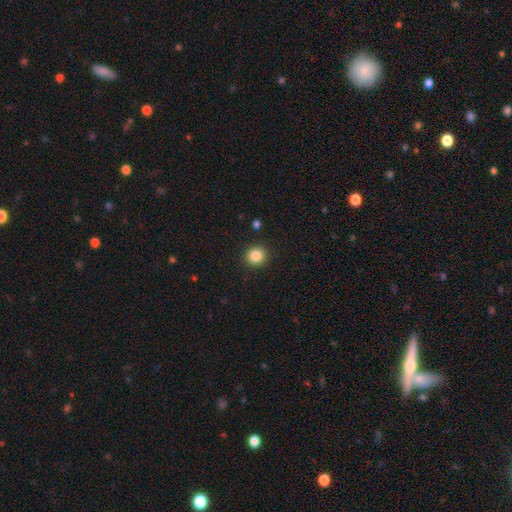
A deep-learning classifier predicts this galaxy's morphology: A smooth galaxy with no disk features (85%) that is round (89%).

Vote fractions:
- Smooth or featured? smooth: 85% / star or artifact: 11% / featured or disk: 4%
- How rounded? round: 89% / in between: 11% / cigar-shaped: 1%
- Merging? none: 91% / minor disturbance: 6% / major disturbance: 2% / merger: 1%